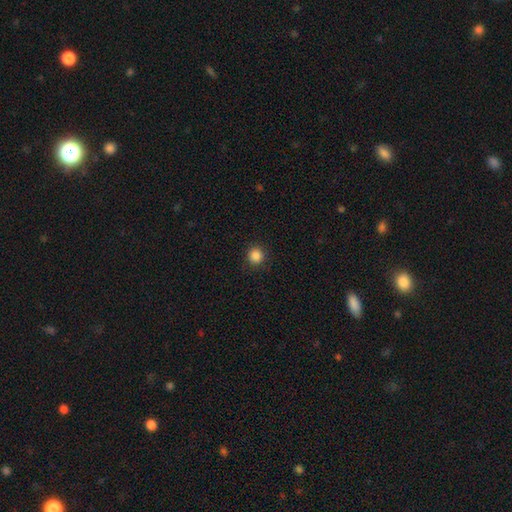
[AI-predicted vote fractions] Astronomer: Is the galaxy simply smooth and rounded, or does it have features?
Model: smooth — 86%.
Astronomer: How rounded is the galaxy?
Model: round — 93%.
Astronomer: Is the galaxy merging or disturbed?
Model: none — 91%.